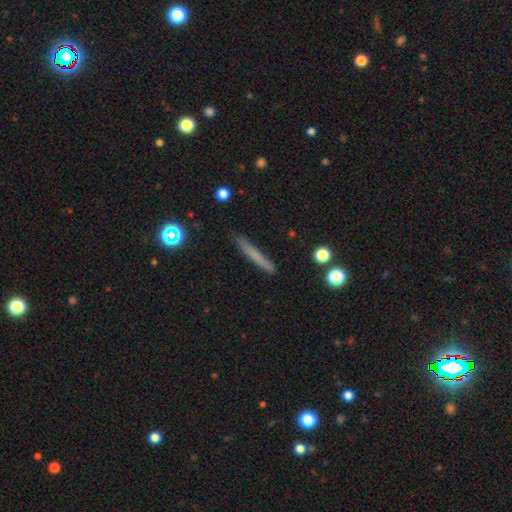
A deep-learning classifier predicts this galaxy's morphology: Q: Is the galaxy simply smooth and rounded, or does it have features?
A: smooth — 68%.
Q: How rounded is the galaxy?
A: cigar-shaped — 95%.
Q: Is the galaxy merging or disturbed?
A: none — 86%.